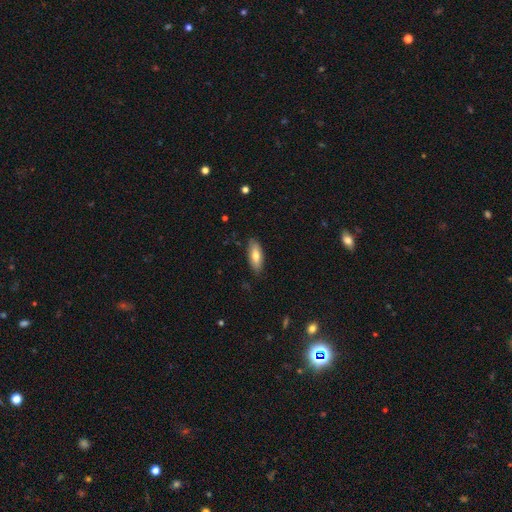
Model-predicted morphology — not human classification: Overall: smooth (73%). How rounded: in between (71%). Merging: none (85%).